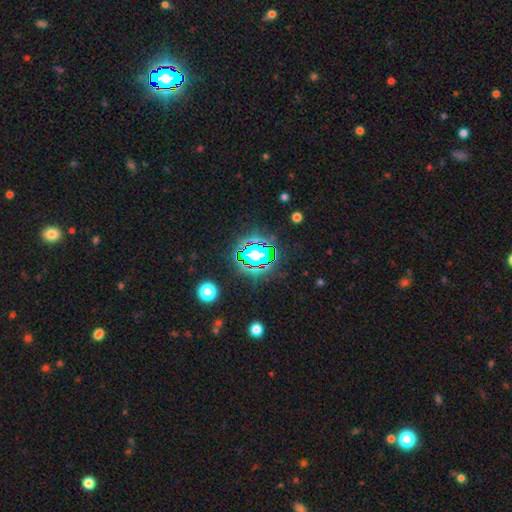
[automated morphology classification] Smooth or featured?
  - star or artifact: 67% *
  - smooth: 20%
  - featured or disk: 13%